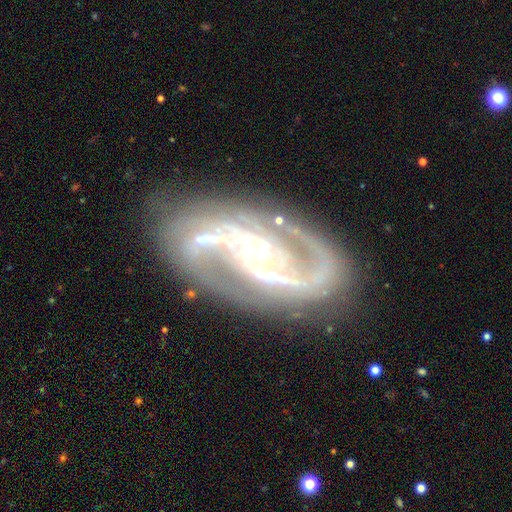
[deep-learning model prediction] smooth_or_featured: featured or disk (p=0.91) [alt: star or artifact p=0.05]
disk_edge_on: no (p=0.97) [alt: yes p=0.03]
bar: no (p=0.37) [alt: weak p=0.36]
has_spiral_arms: yes (p=0.98) [alt: no p=0.02]
spiral_winding: medium (p=0.57) [alt: loose p=0.23]
spiral_arm_count: 2 (p=0.86) [alt: 3 p=0.05]
bulge_size: small (p=0.70) [alt: moderate p=0.25]
merging: none (p=0.74) [alt: minor disturbance p=0.15]